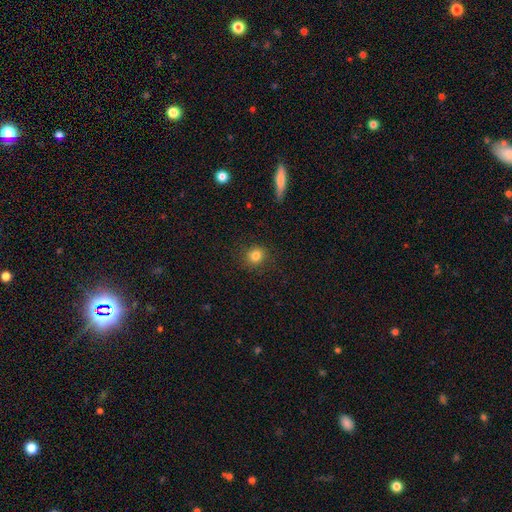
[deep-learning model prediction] This is clearly a smooth galaxy (83%). How rounded: clearly round (86%). Merging: clearly none (88%).